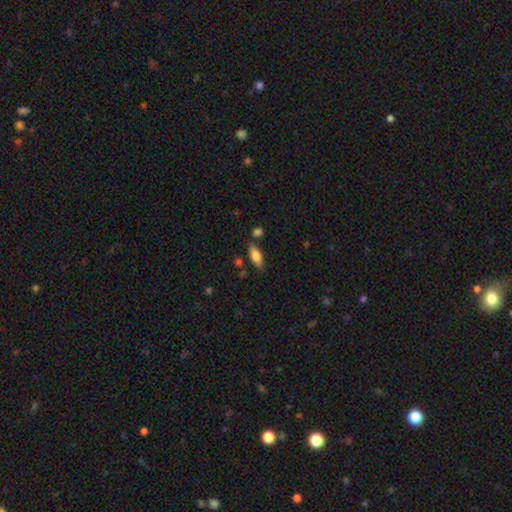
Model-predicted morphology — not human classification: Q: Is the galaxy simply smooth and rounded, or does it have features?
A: smooth — 76%.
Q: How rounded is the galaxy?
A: in between — 76%.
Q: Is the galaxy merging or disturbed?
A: none — 77%.